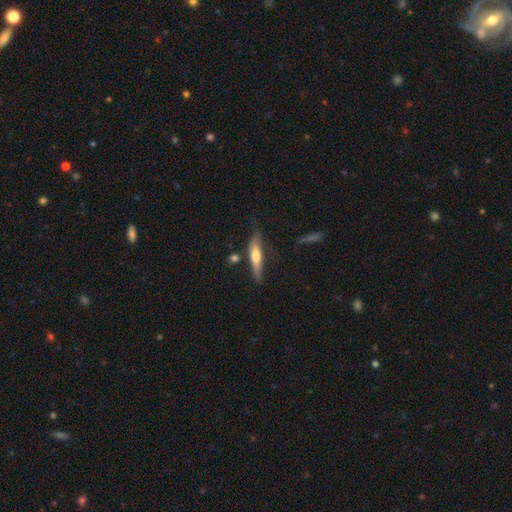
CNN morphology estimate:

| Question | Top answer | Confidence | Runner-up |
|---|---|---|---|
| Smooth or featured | smooth | 51% | featured or disk (44%) |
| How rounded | cigar-shaped | 81% | in between (18%) |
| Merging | none | 63% | minor disturbance (24%) |